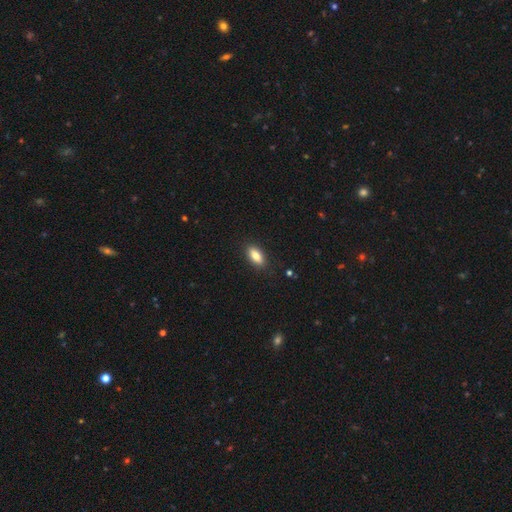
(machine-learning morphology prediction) type=smooth (84%); roundness=in between (87%); merging=none (88%).